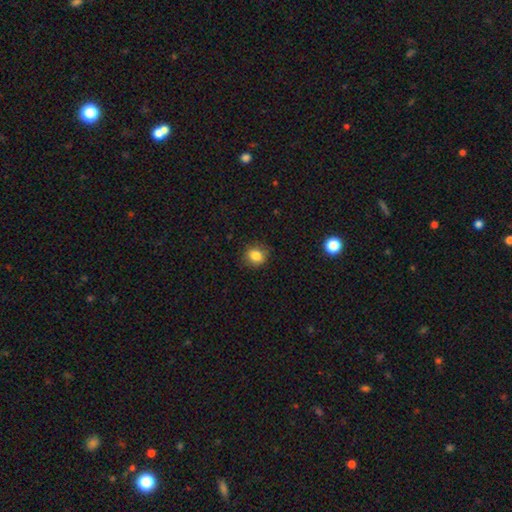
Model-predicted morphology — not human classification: Smooth or featured? smooth (83%)
How rounded? round (70%)
Merging? none (85%)